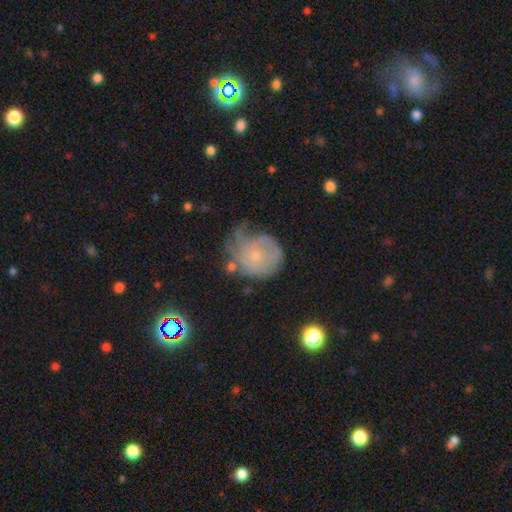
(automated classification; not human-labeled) Smooth or featured? Predicted: featured or disk (p=0.52). Edge-on disk? Predicted: no (p=0.97). Bar? Predicted: no (p=0.82). Spiral arms? Predicted: yes (p=0.69). Bulge size? Predicted: small (p=0.74). Merging? Predicted: none (p=0.35).